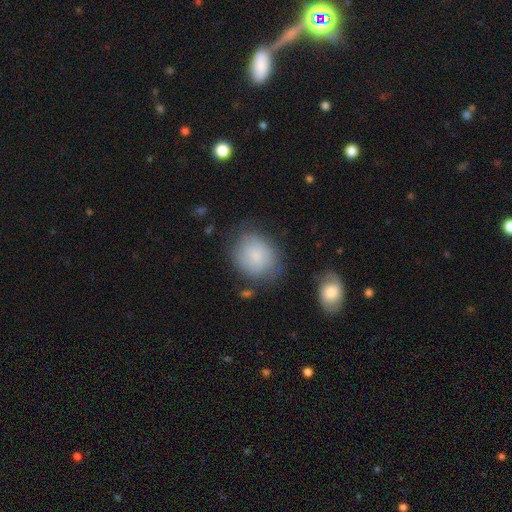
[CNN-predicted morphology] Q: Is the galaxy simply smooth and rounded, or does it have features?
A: smooth — 81%.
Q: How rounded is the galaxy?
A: round — 64%.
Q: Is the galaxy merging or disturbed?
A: none — 70%.